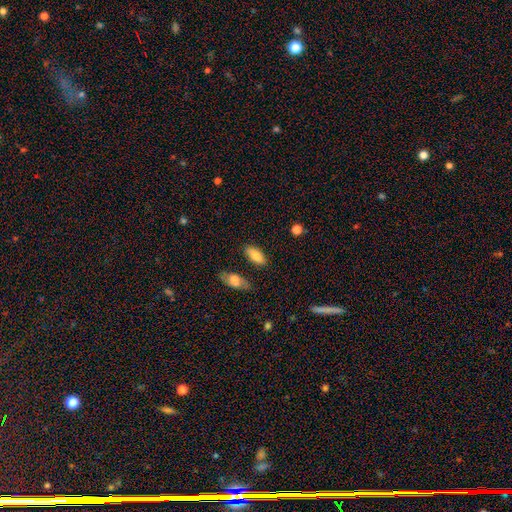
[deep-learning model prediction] This is clearly a smooth galaxy (82%). How rounded: clearly in between (87%). Merging: clearly none (81%).